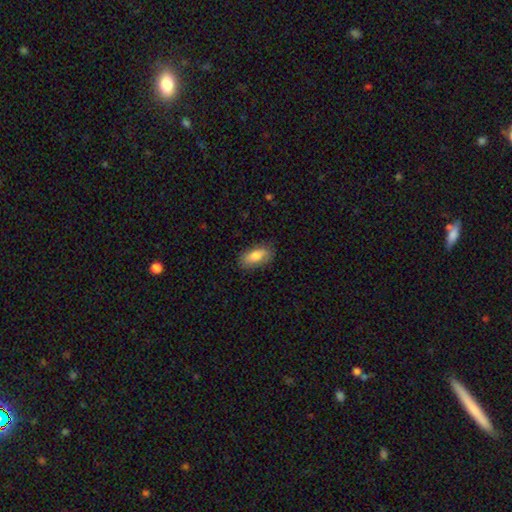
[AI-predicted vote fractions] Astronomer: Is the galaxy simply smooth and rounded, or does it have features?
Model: smooth — 78%.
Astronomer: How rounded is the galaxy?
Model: in between — 85%.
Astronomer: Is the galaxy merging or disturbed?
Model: none — 80%.